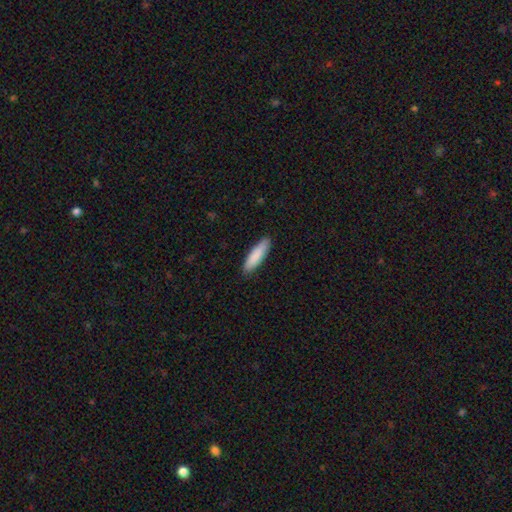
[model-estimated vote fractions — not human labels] smooth-or-featured: smooth: 88% | featured or disk: 7% | star or artifact: 5%
  how-rounded: cigar-shaped: 70% | in between: 28% | round: 1%
  merging: none: 89% | minor disturbance: 8% | major disturbance: 2% | merger: 1%